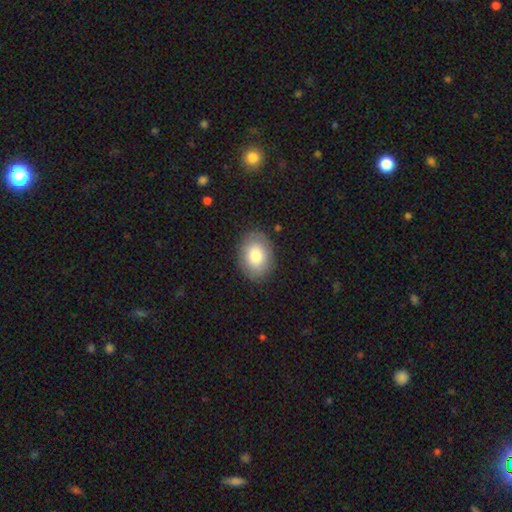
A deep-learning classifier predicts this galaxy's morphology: Q: Smooth or featured?
A: smooth (79%); runner-up: featured or disk (14%)
Q: How rounded?
A: in between (73%); runner-up: round (26%)
Q: Merging?
A: none (86%); runner-up: minor disturbance (11%)